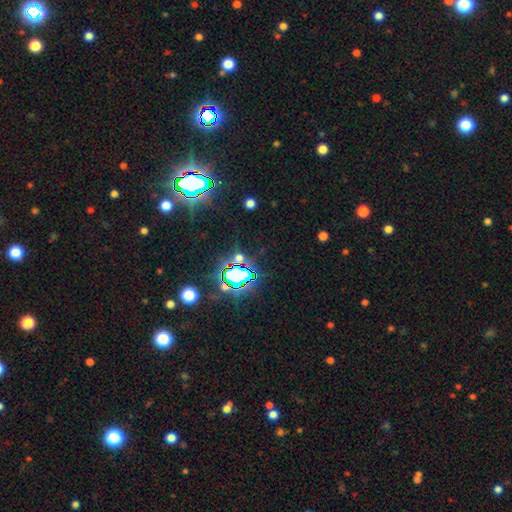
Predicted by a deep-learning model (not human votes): Morphology: type=star or artifact (82%).